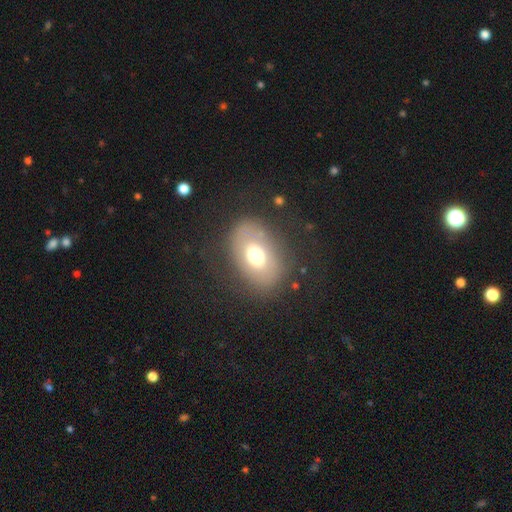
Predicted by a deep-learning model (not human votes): Smooth or featured? Predicted: smooth (p=0.60). How rounded? Predicted: in between (p=0.73). Merging? Predicted: none (p=0.74).